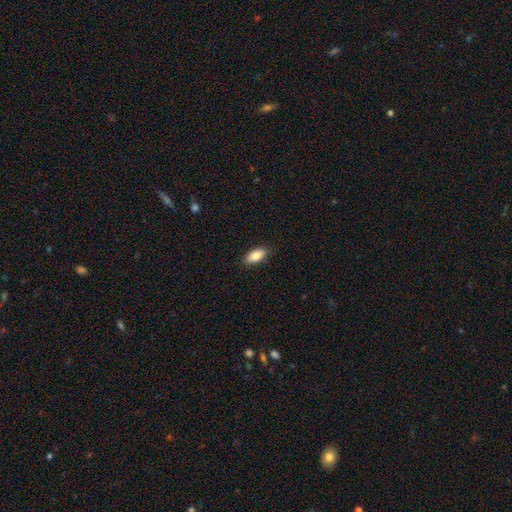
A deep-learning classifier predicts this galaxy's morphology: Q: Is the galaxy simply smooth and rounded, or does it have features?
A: smooth — 84%.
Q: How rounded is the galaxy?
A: in between — 87%.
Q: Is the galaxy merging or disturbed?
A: none — 87%.